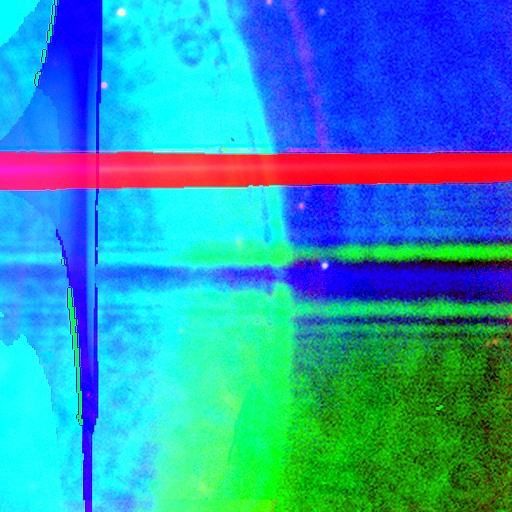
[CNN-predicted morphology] A star or artifact, not a galaxy (83%).